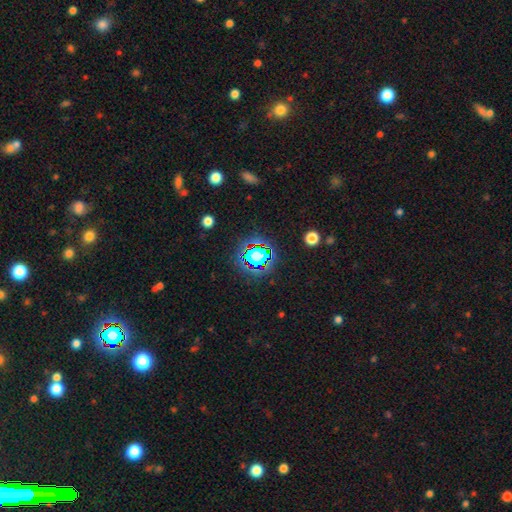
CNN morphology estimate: Smooth or featured: star or artifact — 59% (smooth — 27%)